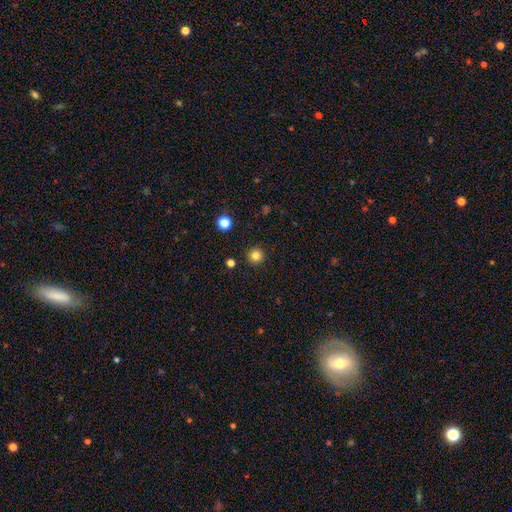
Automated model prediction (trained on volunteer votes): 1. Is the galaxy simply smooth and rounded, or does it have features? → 82% smooth, 13% star or artifact, 5% featured or disk.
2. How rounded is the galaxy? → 95% round, 4% in between, 1% cigar-shaped.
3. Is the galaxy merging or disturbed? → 92% none, 5% minor disturbance, 2% major disturbance, 1% merger.